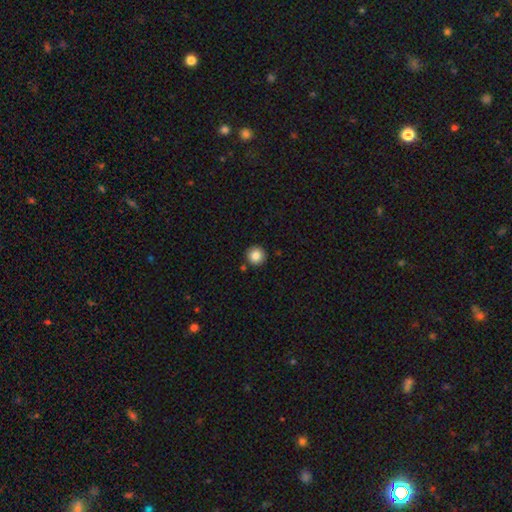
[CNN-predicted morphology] A smooth galaxy with no disk features (86%) that is round (95%). Merging: none (89%).